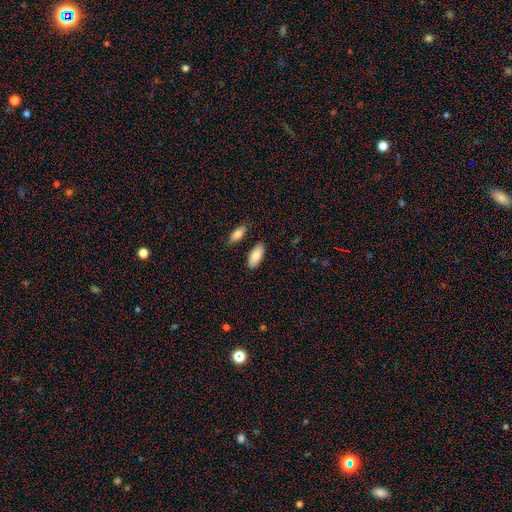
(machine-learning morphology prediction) The model was most divided on "merging": none: 82%, minor disturbance: 11%, merger: 5%, major disturbance: 2%. More confident: how rounded — in between (88%); smooth or featured — smooth (85%).